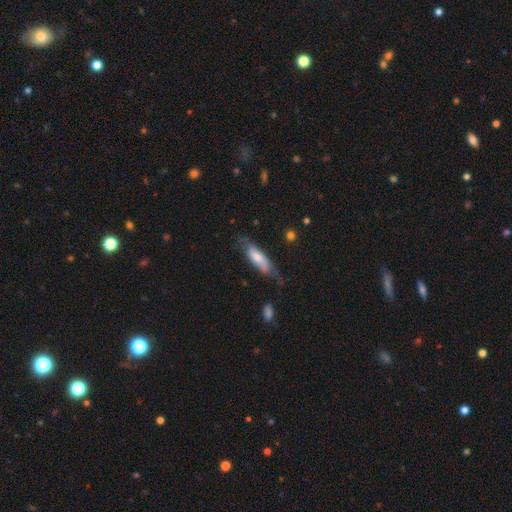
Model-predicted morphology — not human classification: smooth_or_featured: smooth (p=0.57) [alt: featured or disk p=0.37]
how_rounded: cigar-shaped (p=0.52) [alt: in between p=0.46]
merging: none (p=0.53) [alt: minor disturbance p=0.30]